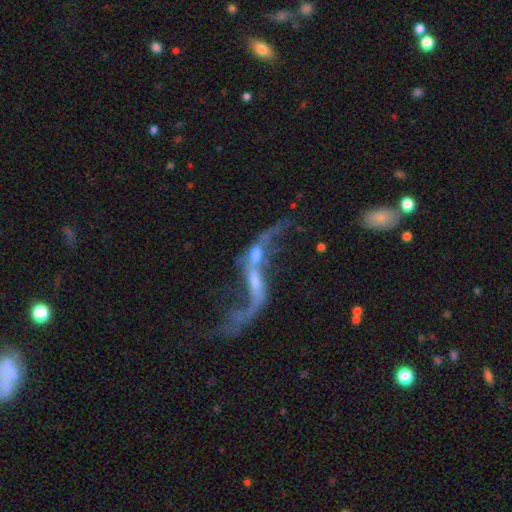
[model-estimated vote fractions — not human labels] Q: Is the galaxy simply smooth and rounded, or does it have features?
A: featured or disk — 70%.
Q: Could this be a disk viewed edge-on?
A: no — 84%.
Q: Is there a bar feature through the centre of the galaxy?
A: no — 55%.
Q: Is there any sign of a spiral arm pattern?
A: yes — 58%.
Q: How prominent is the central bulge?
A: small — 31%.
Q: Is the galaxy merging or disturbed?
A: merger — 54%.